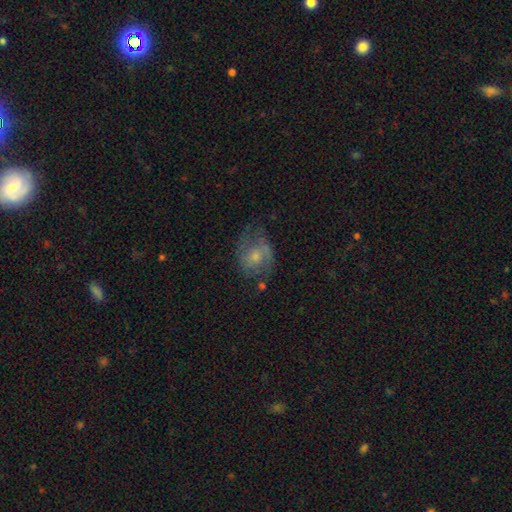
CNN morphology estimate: A featured or disk galaxy (49%). Merging: none (46%).